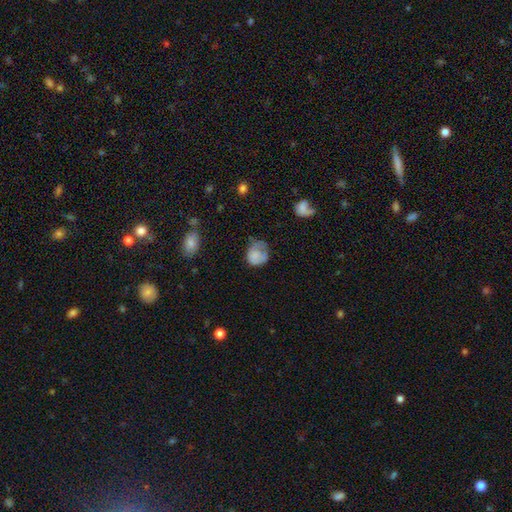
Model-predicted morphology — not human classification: The model was most divided on "merging": minor disturbance: 35%, none: 34%, major disturbance: 28%, merger: 3%. More confident: smooth or featured — smooth (73%); how rounded — round (65%).